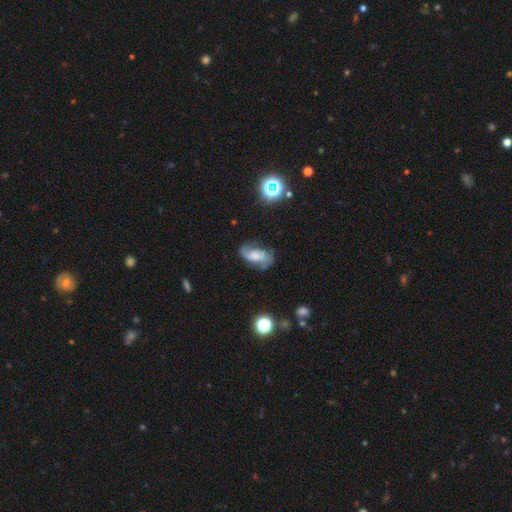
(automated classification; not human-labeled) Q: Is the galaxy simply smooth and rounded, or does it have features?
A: featured or disk — 72%.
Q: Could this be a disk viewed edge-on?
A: no — 96%.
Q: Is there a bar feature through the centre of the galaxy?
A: no — 43%.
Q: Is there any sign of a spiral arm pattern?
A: yes — 93%.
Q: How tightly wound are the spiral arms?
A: medium — 43%.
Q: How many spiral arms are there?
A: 2 — 89%.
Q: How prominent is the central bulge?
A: none — 28%.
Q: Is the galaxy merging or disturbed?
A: none — 68%.